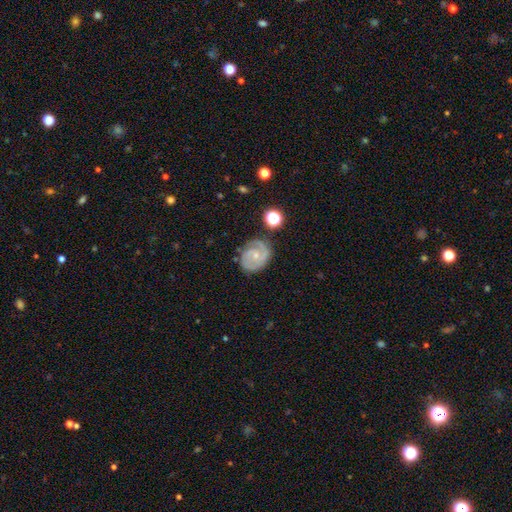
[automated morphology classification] smooth-or-featured: featured or disk: 79% | smooth: 15% | star or artifact: 7%
  disk-edge-on: no: 98% | yes: 2%
    bar: no: 63% | weak: 32% | strong: 5%
    has-spiral-arms: yes: 95% | no: 5%
      spiral-winding: tight: 47% | medium: 43% | loose: 11%
      spiral-arm-count: 2: 70% | can't tell: 11% | 1: 8% | 3: 8% | 4: 2% | more than 4: 2%
    bulge-size: small: 69% | moderate: 25% | none: 4% | large: 1% | dominant: 1%
  merging: none: 72% | minor disturbance: 19% | major disturbance: 7% | merger: 2%